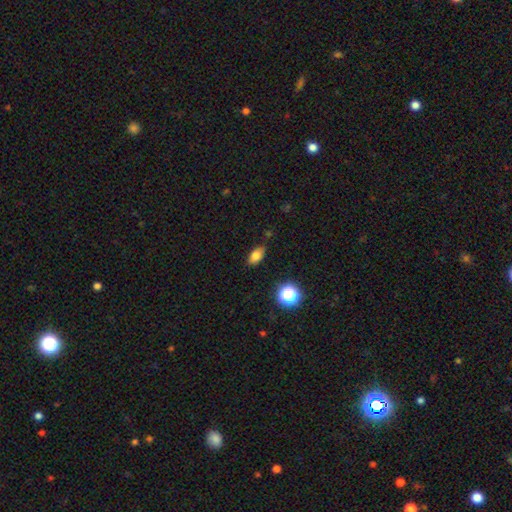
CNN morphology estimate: Overall: smooth (78%). How rounded: in between (86%). Merging: none (82%).